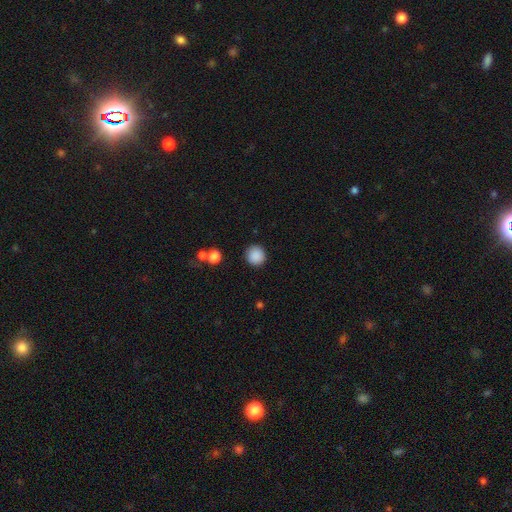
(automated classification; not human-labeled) smooth-or-featured: smooth: 88% | star or artifact: 9% | featured or disk: 3%
  how-rounded: round: 92% | in between: 7% | cigar-shaped: 1%
  merging: none: 89% | minor disturbance: 7% | major disturbance: 2% | merger: 2%